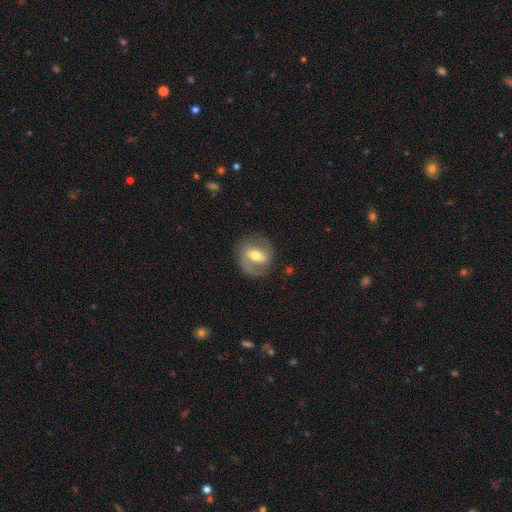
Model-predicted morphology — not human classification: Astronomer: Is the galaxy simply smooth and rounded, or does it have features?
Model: featured or disk — 70%.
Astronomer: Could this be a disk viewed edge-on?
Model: no — 95%.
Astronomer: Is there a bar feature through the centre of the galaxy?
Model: weak — 43% (runner-up: strong, 41%).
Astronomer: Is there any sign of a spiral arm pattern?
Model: yes — 82%.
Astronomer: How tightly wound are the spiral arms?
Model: medium — 49% (runner-up: tight, 27%).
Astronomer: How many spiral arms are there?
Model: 2 — 80%.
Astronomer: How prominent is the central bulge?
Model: moderate — 69%.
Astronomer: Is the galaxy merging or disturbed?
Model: none — 79%.